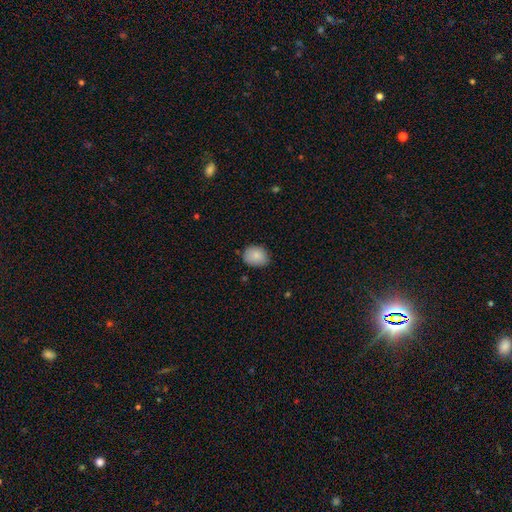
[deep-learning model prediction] Smooth or featured? Predicted: smooth (p=0.85). How rounded? Predicted: in between (p=0.51). Merging? Predicted: none (p=0.76).